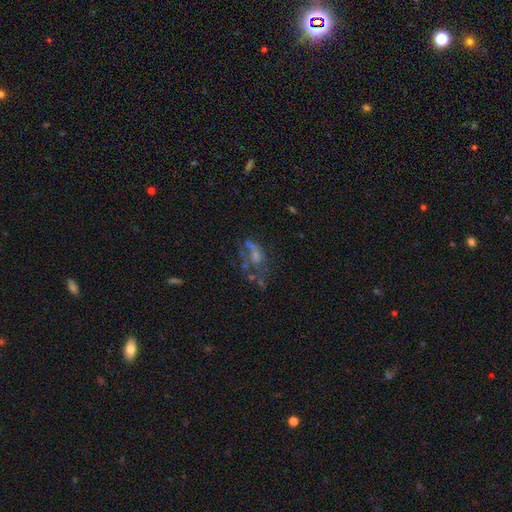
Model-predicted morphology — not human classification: Smooth or featured? featured or disk (51%)
Edge-on disk? no (95%)
Merging? major disturbance (36%)